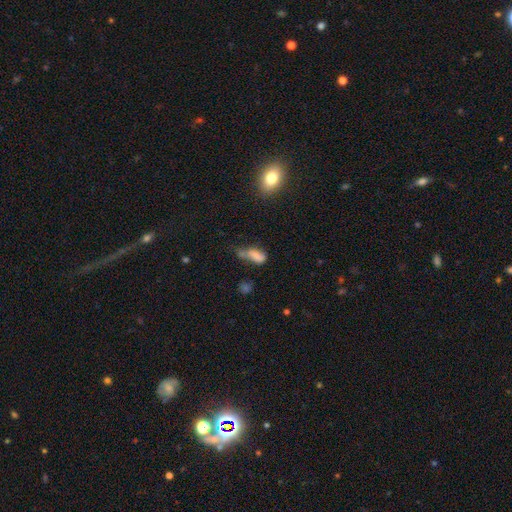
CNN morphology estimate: A smooth galaxy with no disk features (73%) that is in between round and cigar-shaped (80%).

Vote fractions:
- Smooth or featured? smooth: 73% / star or artifact: 14% / featured or disk: 13%
- How rounded? in between: 80% / cigar-shaped: 13% / round: 7%
- Merging? minor disturbance: 28% / none: 26% / major disturbance: 24% / merger: 22%